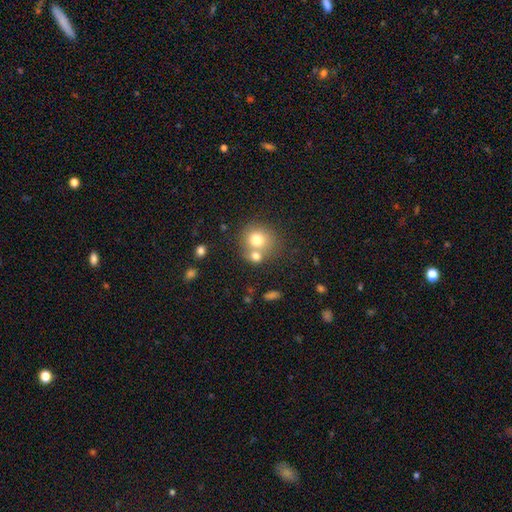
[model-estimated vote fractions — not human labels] Q: Smooth or featured?
A: smooth (74%); runner-up: featured or disk (15%)
Q: How rounded?
A: round (75%); runner-up: in between (24%)
Q: Merging?
A: merger (45%); runner-up: none (43%)